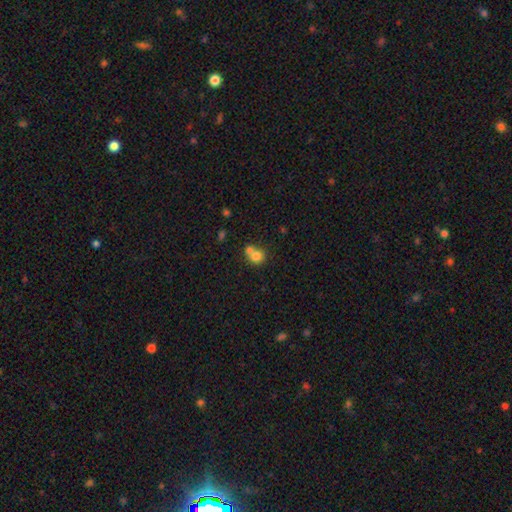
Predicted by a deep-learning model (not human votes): Smooth or featured? smooth (77%)
How rounded? round (80%)
Merging? merger (52%)